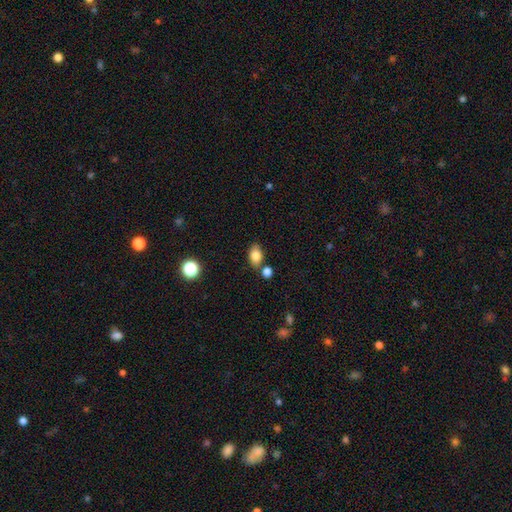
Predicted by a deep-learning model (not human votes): Smooth or featured? smooth (82%)
How rounded? in between (86%)
Merging? none (73%)